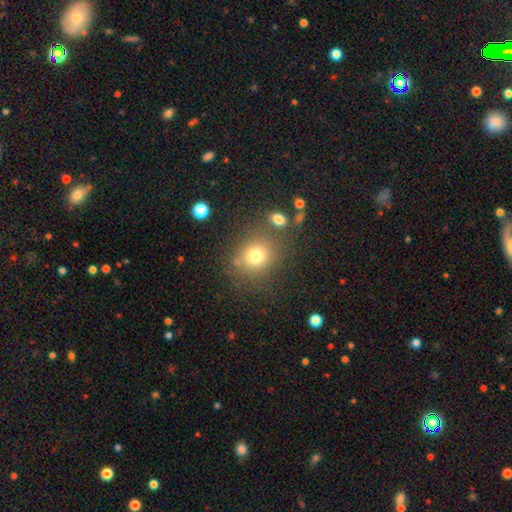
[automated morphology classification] smooth-or-featured: smooth: 75% | star or artifact: 14% | featured or disk: 11%
  how-rounded: round: 78% | in between: 21% | cigar-shaped: 1%
  merging: none: 74% | minor disturbance: 12% | merger: 8% | major disturbance: 6%